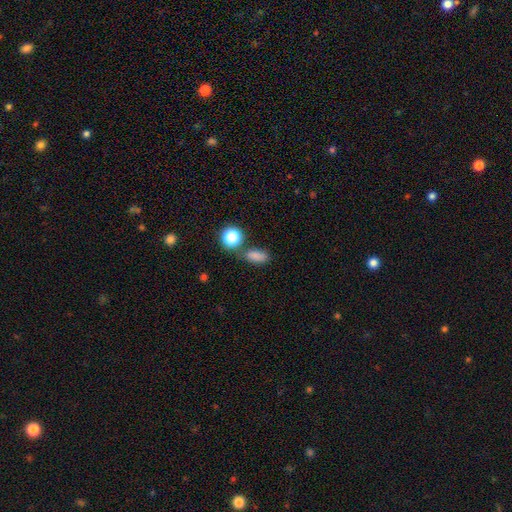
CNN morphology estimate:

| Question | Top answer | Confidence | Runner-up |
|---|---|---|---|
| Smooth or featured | smooth | 84% | star or artifact (11%) |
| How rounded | in between | 74% | round (20%) |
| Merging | none | 59% | merger (20%) |